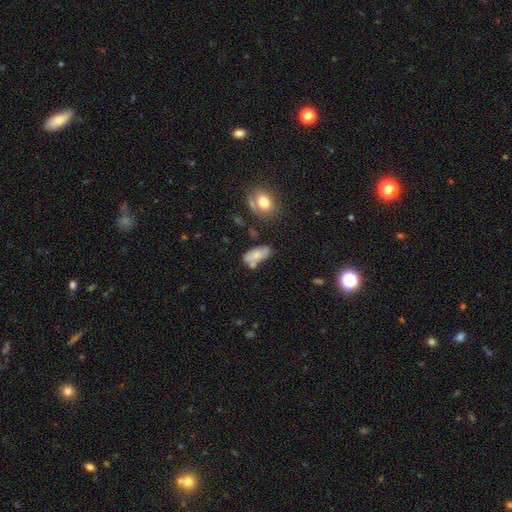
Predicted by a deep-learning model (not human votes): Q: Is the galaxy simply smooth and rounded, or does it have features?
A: smooth — 70%.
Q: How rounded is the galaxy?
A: in between — 87%.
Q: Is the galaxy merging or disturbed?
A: none — 49%.